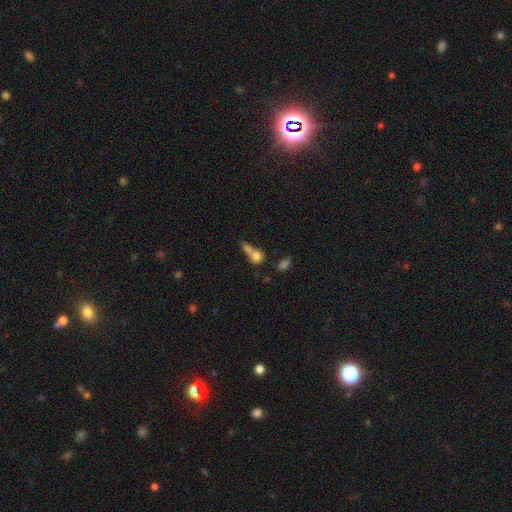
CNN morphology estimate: Overall: smooth (75%). How rounded: round (56%; in between 39%). Merging: merger (59%; none 26%).